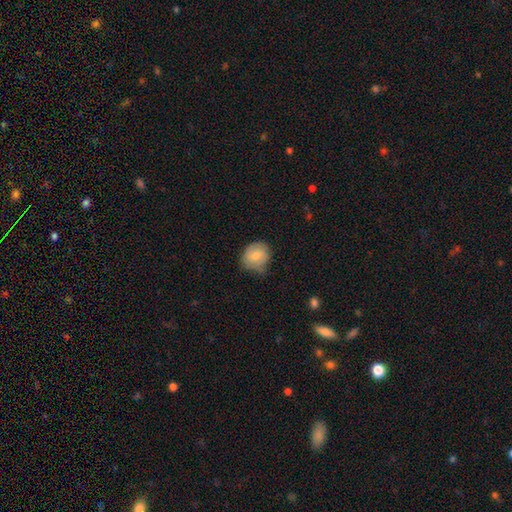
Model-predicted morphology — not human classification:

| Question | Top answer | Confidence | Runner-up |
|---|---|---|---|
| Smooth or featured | smooth | 78% | featured or disk (15%) |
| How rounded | round | 67% | in between (32%) |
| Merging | none | 56% | minor disturbance (35%) |